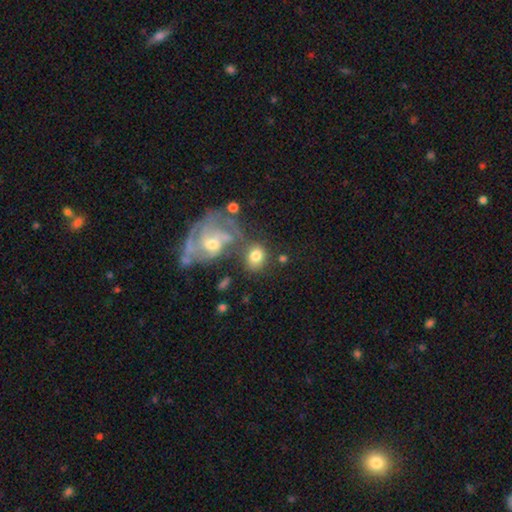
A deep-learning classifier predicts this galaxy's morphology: Smooth or featured: smooth — 70% (featured or disk — 21%)
How rounded: round — 60% (in between — 39%)
Merging: none — 51% (merger — 25%)